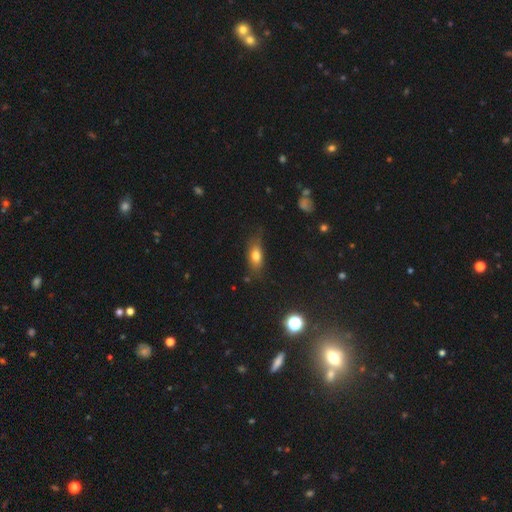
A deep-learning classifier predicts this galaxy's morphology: smooth-or-featured: smooth: 71% | featured or disk: 17% | star or artifact: 11%
  how-rounded: in between: 74% | cigar-shaped: 19% | round: 7%
  merging: none: 65% | minor disturbance: 25% | major disturbance: 8% | merger: 2%